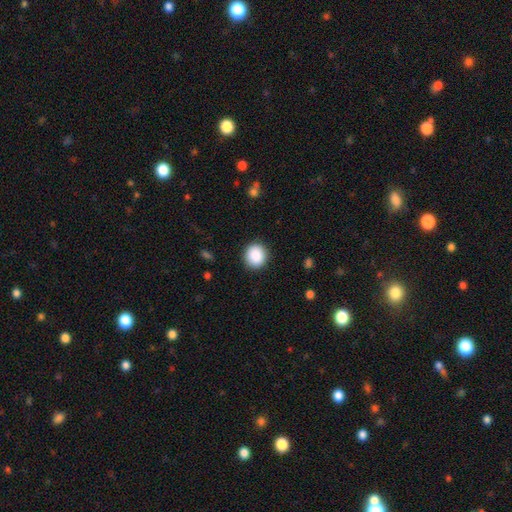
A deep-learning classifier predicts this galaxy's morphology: type=smooth (88%); roundness=round (85%); merging=none (90%).